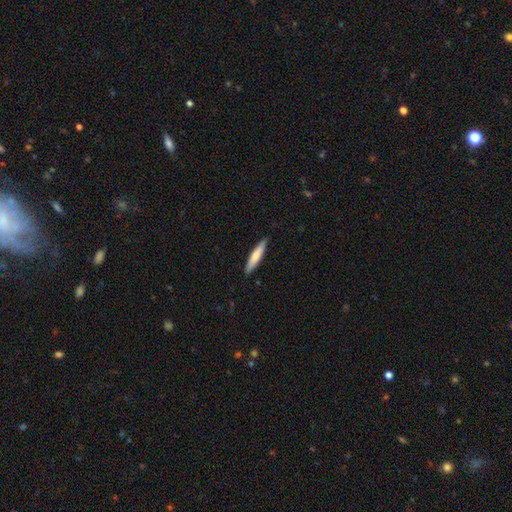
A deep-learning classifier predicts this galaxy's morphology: This is likely a smooth galaxy (71%). How rounded: clearly cigar-shaped (86%). Merging: clearly none (88%).